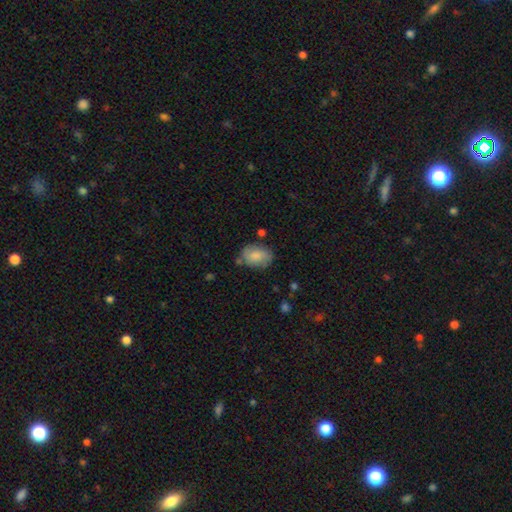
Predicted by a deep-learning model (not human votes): smooth-or-featured: smooth: 76% | featured or disk: 17% | star or artifact: 7%
  how-rounded: in between: 76% | round: 23% | cigar-shaped: 1%
  merging: none: 67% | minor disturbance: 22% | major disturbance: 6% | merger: 5%